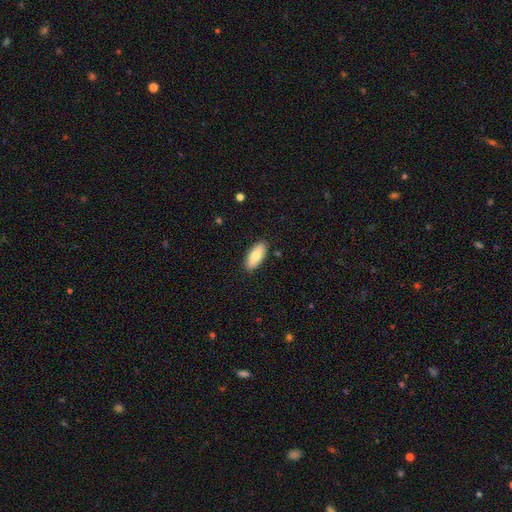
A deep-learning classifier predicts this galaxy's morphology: This appears to be a smooth galaxy with no disk features (79%) that is in between round and cigar-shaped (84%). Merging: none (88%).